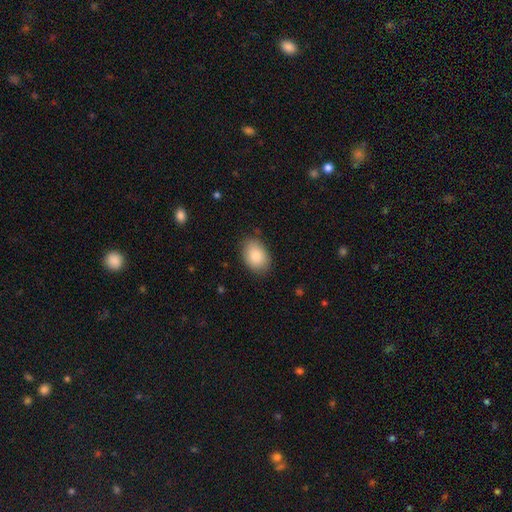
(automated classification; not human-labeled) This is clearly a smooth galaxy (87%). How rounded: clearly in between (83%). Merging: clearly none (83%).